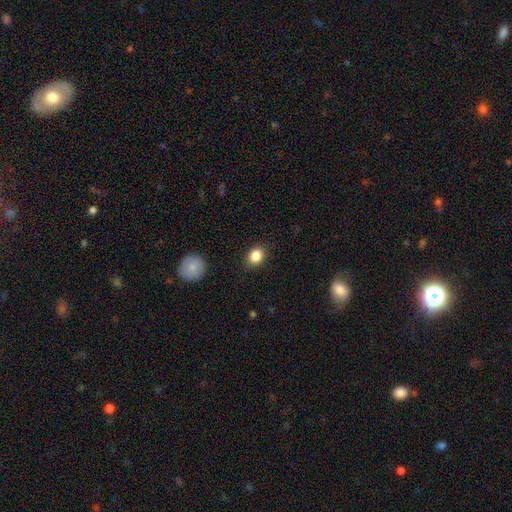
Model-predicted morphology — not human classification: The model was most divided on "how rounded": in between: 52%, round: 47%, cigar-shaped: 1%. More confident: merging — none (87%); smooth or featured — smooth (85%).